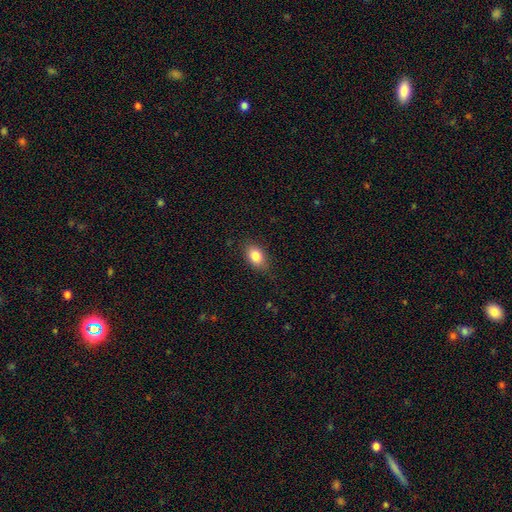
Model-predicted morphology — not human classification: Q: Smooth or featured?
A: smooth (84%); runner-up: star or artifact (8%)
Q: How rounded?
A: in between (86%); runner-up: round (12%)
Q: Merging?
A: none (83%); runner-up: minor disturbance (13%)